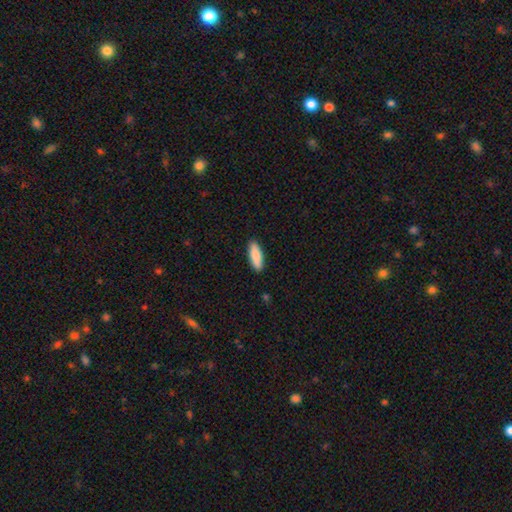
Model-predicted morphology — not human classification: The model was most divided on "how rounded": in between: 54%, cigar-shaped: 44%, round: 2%. More confident: merging — none (90%); smooth or featured — smooth (85%).